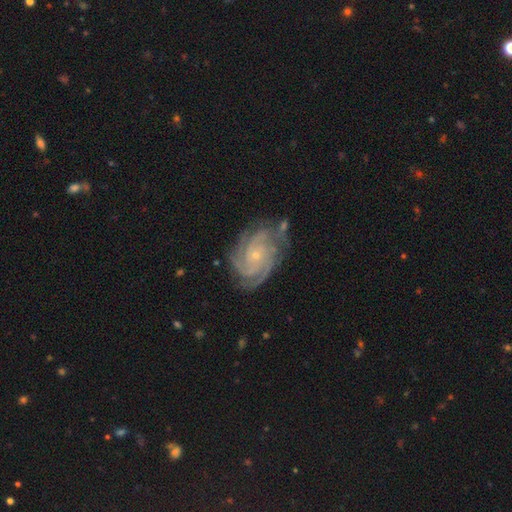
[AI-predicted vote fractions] A featured or disk galaxy (89%) with no bar (76%), 4 (41%) tight (71%) spiral arms (98%) and a small central bulge (80%).

Vote fractions:
- Smooth or featured? featured or disk: 89% / star or artifact: 6% / smooth: 5%
- Edge-on disk? no: 97% / yes: 3%
- Bar? no: 76% / weak: 19% / strong: 5%
- Spiral arms? yes: 98% / no: 2%
- Spiral winding? tight: 71% / medium: 26% / loose: 3%
- Spiral arm count? 4: 41% / 3: 29% / can't tell: 10% / 2: 8% / more than 4: 7% / 1: 5%
- Bulge size? small: 80% / moderate: 17% / none: 2% / large: 1% / dominant: 1%
- Merging? none: 74% / minor disturbance: 18% / major disturbance: 6% / merger: 3%